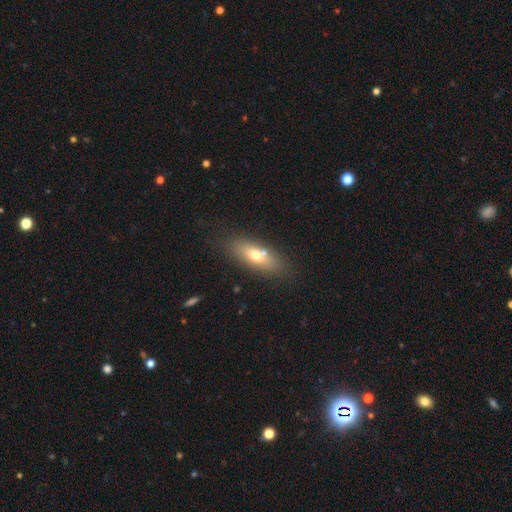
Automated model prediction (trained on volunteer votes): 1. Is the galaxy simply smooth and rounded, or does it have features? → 64% smooth, 27% featured or disk, 9% star or artifact.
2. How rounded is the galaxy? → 72% in between, 23% cigar-shaped, 5% round.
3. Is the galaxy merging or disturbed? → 70% none, 13% merger, 13% minor disturbance, 5% major disturbance.